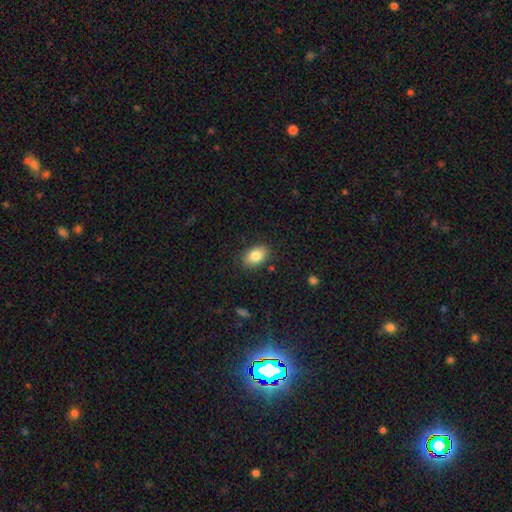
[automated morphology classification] smooth 83%, featured or disk 9%, star or artifact 8%. Down the decision tree: how rounded — in between (85%); merging — none (85%).